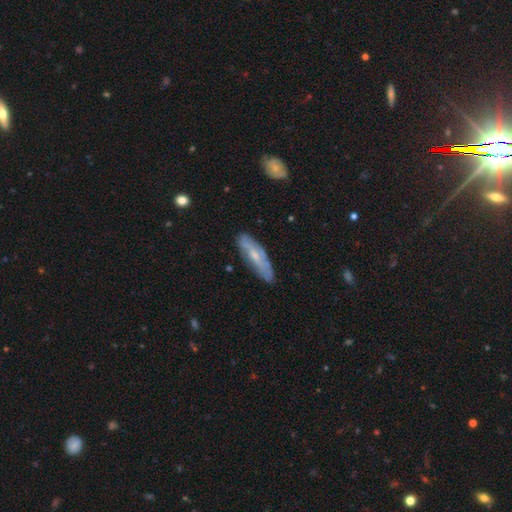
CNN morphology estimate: smooth-or-featured: featured or disk: 55% | smooth: 39% | star or artifact: 7%
  disk-edge-on: no: 63% | yes: 37%
  merging: none: 74% | minor disturbance: 20% | major disturbance: 4% | merger: 2%